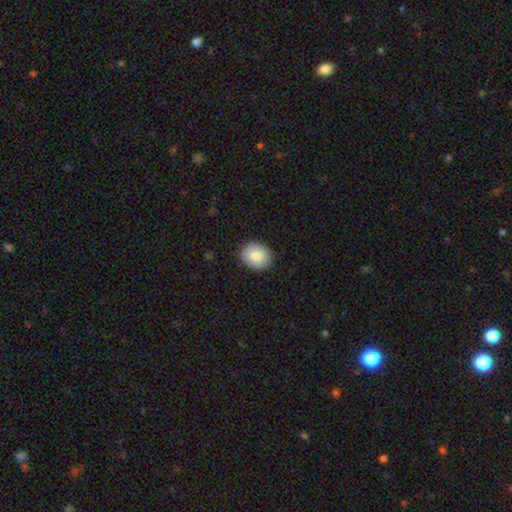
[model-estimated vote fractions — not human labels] A smooth galaxy with no disk features (83%) that is round (53%).

Vote fractions:
- Smooth or featured? smooth: 83% / featured or disk: 10% / star or artifact: 7%
- How rounded? round: 53% / in between: 46% / cigar-shaped: 1%
- Merging? none: 89% / minor disturbance: 8% / major disturbance: 2% / merger: 1%